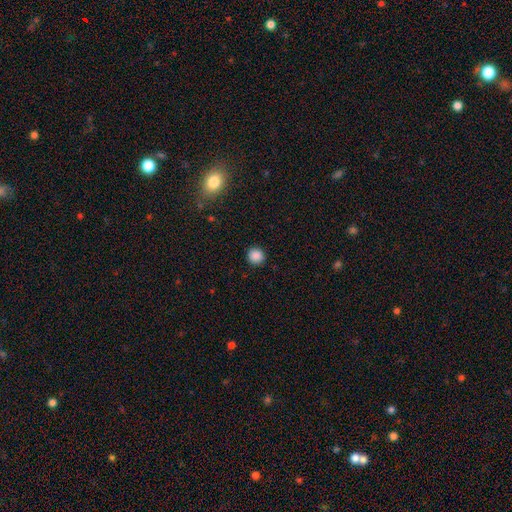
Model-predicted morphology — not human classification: Smooth or featured?
  - smooth: 87% *
  - star or artifact: 11%
  - featured or disk: 3%
How rounded?
  - round: 92% *
  - in between: 7%
  - cigar-shaped: 1%
Merging?
  - none: 91% *
  - minor disturbance: 6%
  - major disturbance: 2%
  - merger: 1%